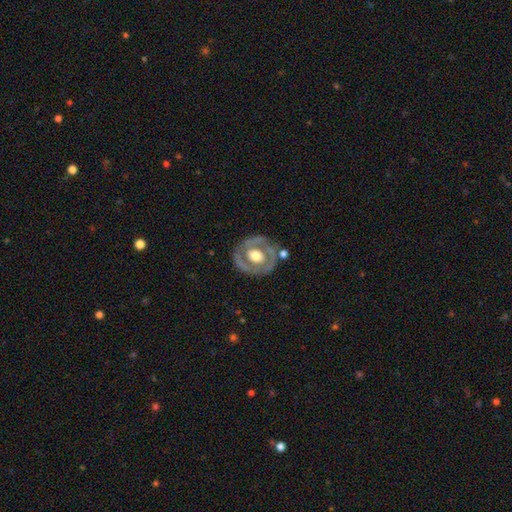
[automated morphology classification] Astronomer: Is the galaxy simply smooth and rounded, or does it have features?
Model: featured or disk — 68%.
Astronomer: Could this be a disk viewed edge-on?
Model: no — 95%.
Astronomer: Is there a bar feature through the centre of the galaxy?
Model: no — 75%.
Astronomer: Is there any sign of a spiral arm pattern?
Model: no — 70%.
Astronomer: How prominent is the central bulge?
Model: moderate — 51% (runner-up: large, 41%).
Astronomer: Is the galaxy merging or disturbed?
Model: none — 71%.